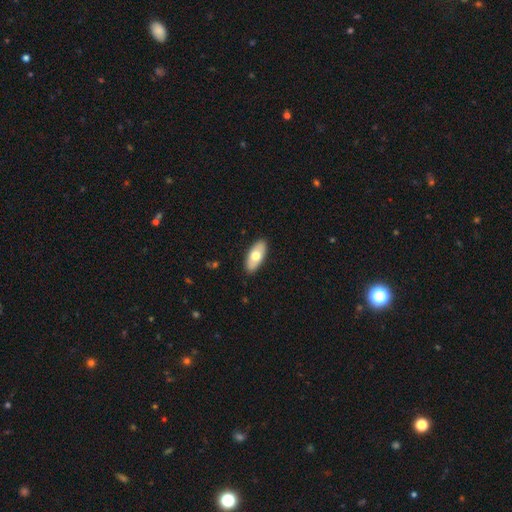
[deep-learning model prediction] Smooth or featured?
  - smooth: 66% *
  - featured or disk: 29%
  - star or artifact: 5%
How rounded?
  - in between: 88% *
  - cigar-shaped: 9%
  - round: 3%
Merging?
  - none: 89% *
  - minor disturbance: 8%
  - major disturbance: 2%
  - merger: 1%